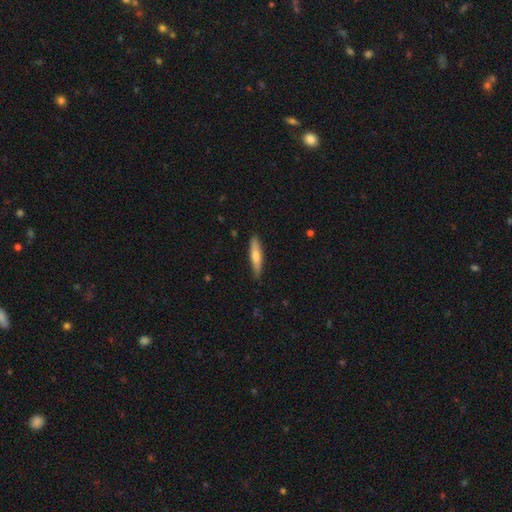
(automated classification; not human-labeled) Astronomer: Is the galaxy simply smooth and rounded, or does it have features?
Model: smooth — 61%.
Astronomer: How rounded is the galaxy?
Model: cigar-shaped — 83%.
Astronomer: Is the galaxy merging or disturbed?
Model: none — 86%.